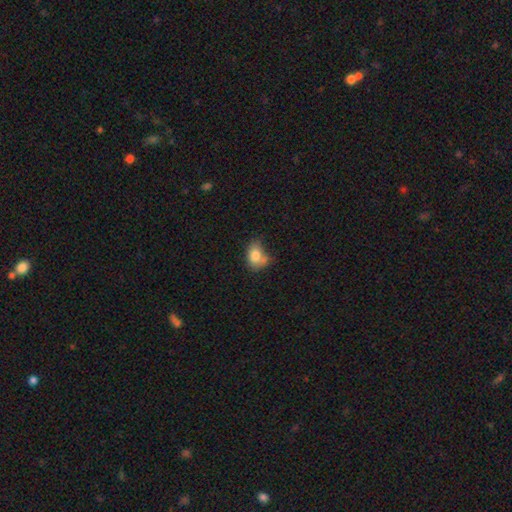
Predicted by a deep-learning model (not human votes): Smooth or featured? smooth (78%)
How rounded? in between (71%)
Merging? none (38%)